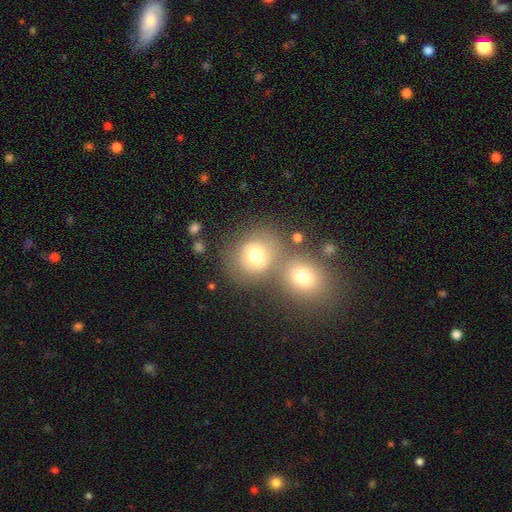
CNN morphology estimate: Smooth or featured?
  - smooth: 69% *
  - featured or disk: 19%
  - star or artifact: 11%
How rounded?
  - round: 74% *
  - in between: 25%
  - cigar-shaped: 1%
Merging?
  - none: 49% *
  - merger: 33%
  - minor disturbance: 12%
  - major disturbance: 6%